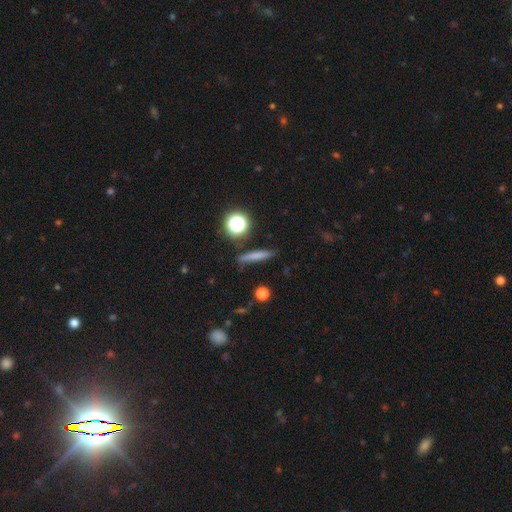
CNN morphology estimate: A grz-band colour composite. It shows a smooth galaxy with no disk features (69%) that is cigar-shaped (86%). Merging: none (84%).